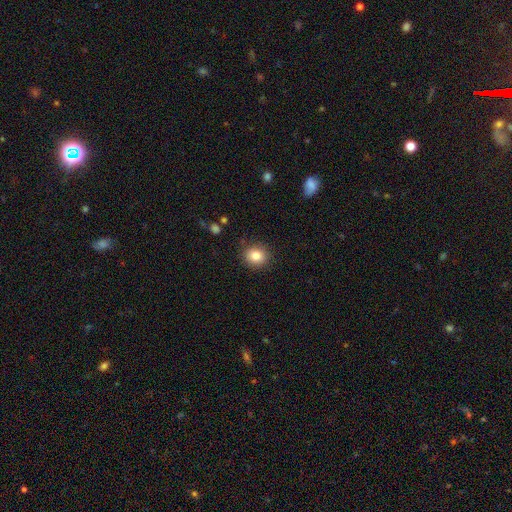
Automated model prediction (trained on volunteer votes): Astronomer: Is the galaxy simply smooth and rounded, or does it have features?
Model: smooth — 84%.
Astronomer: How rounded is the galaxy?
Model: round — 78%.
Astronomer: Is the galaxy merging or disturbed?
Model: none — 88%.